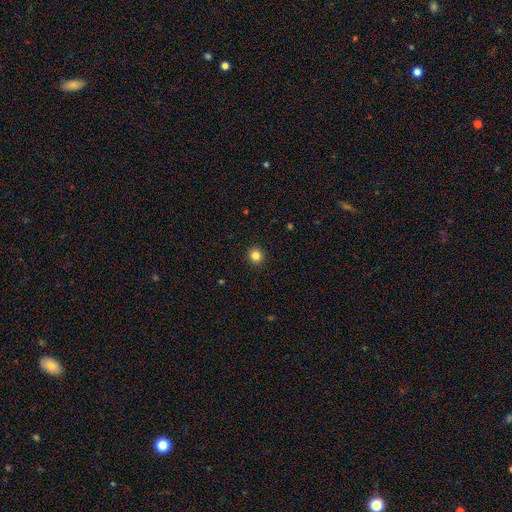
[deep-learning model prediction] A smooth galaxy with no disk features (83%) that is round (92%). Merging: none (93%).